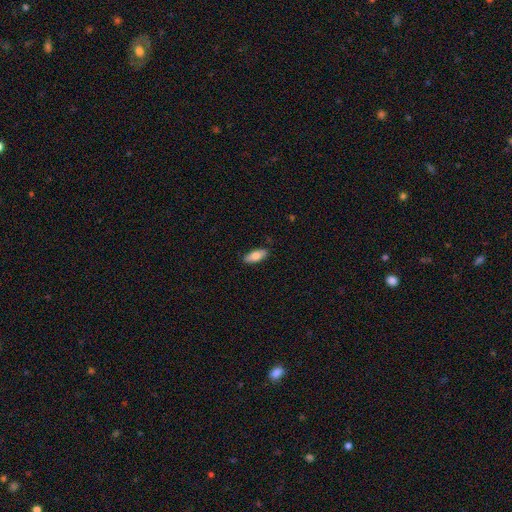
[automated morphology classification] smooth 79%, featured or disk 15%, star or artifact 6%. Down the decision tree: how rounded — in between (79%); merging — none (88%).